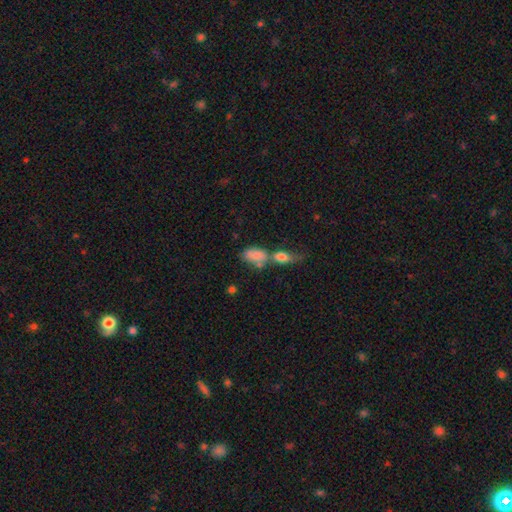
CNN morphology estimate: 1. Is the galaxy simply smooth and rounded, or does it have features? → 77% smooth, 15% featured or disk, 8% star or artifact.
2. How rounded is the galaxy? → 89% in between, 7% round, 4% cigar-shaped.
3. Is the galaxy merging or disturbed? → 51% merger, 28% none, 14% minor disturbance, 8% major disturbance.